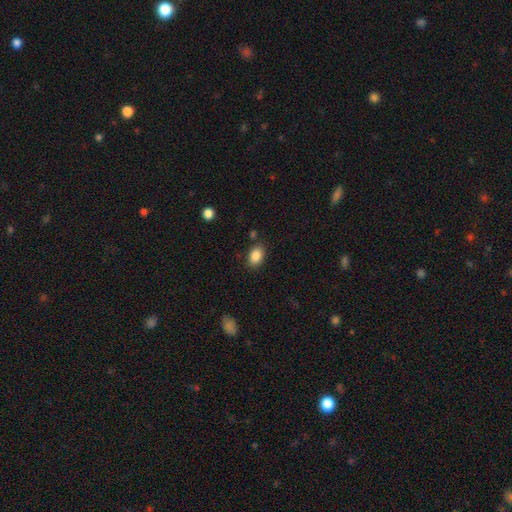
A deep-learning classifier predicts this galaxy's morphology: Smooth or featured: smooth — 87% (star or artifact — 8%)
How rounded: in between — 85% (round — 14%)
Merging: none — 82% (minor disturbance — 12%)